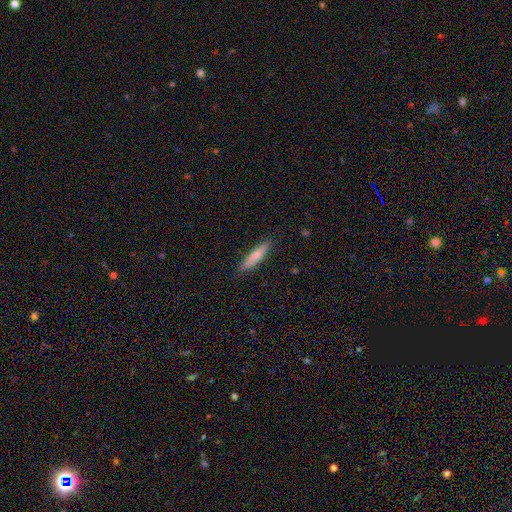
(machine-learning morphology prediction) smooth 74%, featured or disk 20%, star or artifact 6%. Down the decision tree: how rounded — cigar-shaped (83%); merging — none (88%).